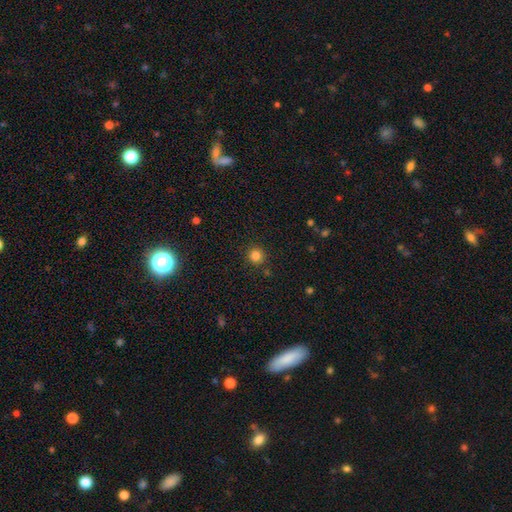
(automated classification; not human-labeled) The model was most divided on "smooth or featured": smooth: 83%, star or artifact: 13%, featured or disk: 4%. More confident: how rounded — round (94%); merging — none (88%).